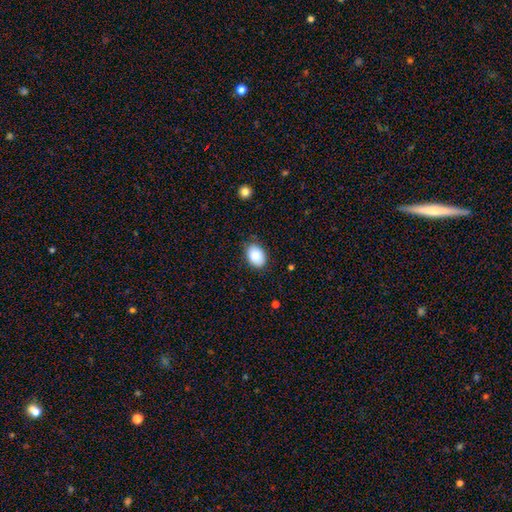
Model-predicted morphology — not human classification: type=smooth (89%); roundness=in between (81%); merging=none (83%).